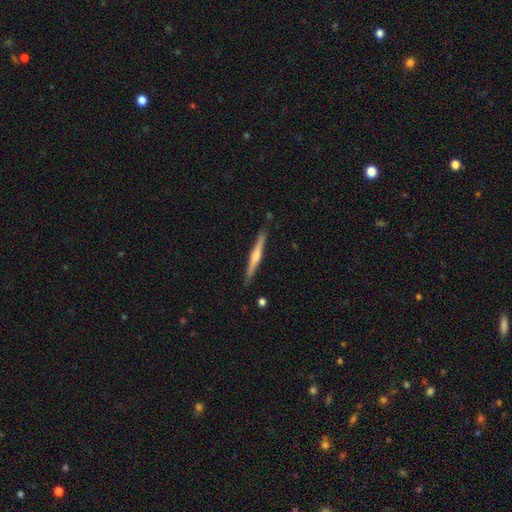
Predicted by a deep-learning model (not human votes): This is likely a featured or disk galaxy (72%). It is clearly viewed edge-on (98%). Edge-on bulge: clearly rounded (83%). Merging: clearly none (90%).